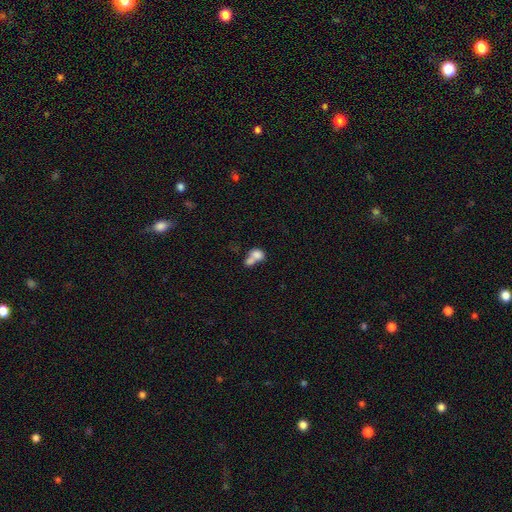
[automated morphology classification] smooth_or_featured: smooth (p=0.76) [alt: featured or disk p=0.15]
how_rounded: in between (p=0.62) [alt: round p=0.37]
merging: merger (p=0.71) [alt: none p=0.17]